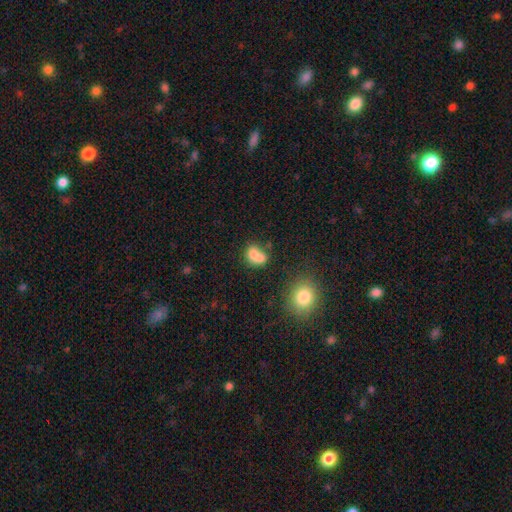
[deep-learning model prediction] Q: Smooth or featured?
A: smooth (75%); runner-up: featured or disk (15%)
Q: How rounded?
A: in between (59%); runner-up: round (39%)
Q: Merging?
A: merger (58%); runner-up: none (26%)